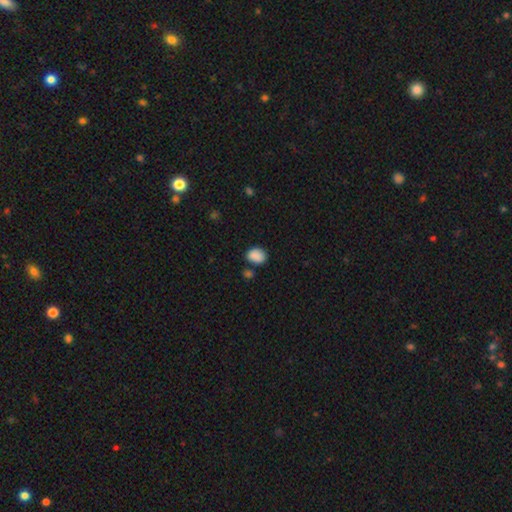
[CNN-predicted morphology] Smooth or featured: smooth — 87% (star or artifact — 9%)
How rounded: in between — 64% (round — 35%)
Merging: none — 69% (minor disturbance — 17%)